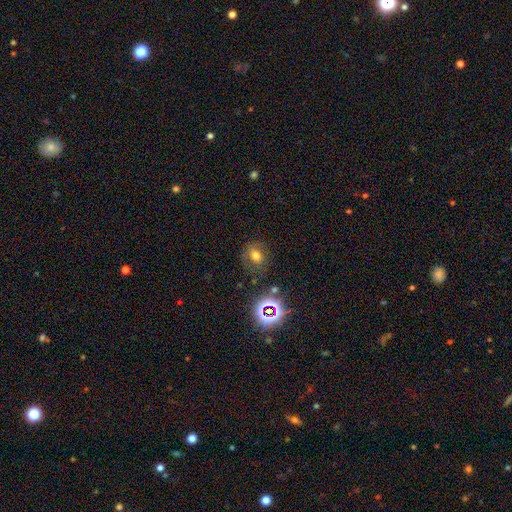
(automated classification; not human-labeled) A smooth galaxy with no disk features (53%) that is round (56%). Merging: none (73%).